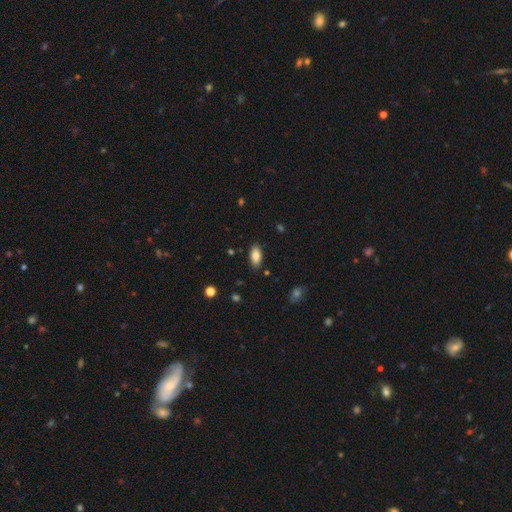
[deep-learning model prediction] smooth_or_featured: smooth (p=0.84) [alt: featured or disk p=0.09]
how_rounded: in between (p=0.90) [alt: cigar-shaped p=0.07]
merging: none (p=0.86) [alt: minor disturbance p=0.10]